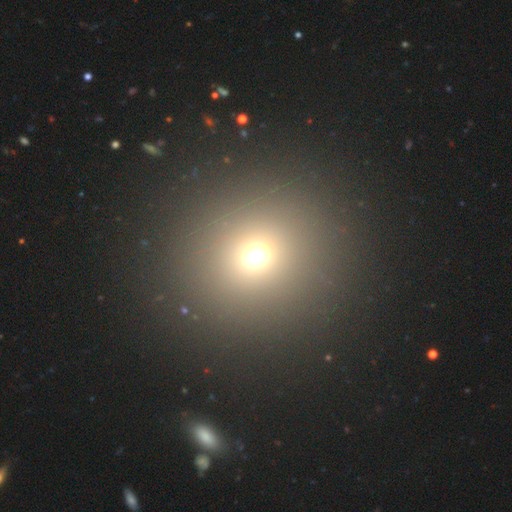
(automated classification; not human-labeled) smooth 67%, star or artifact 25%, featured or disk 8%. Down the decision tree: how rounded — round (86%); merging — none (85%).